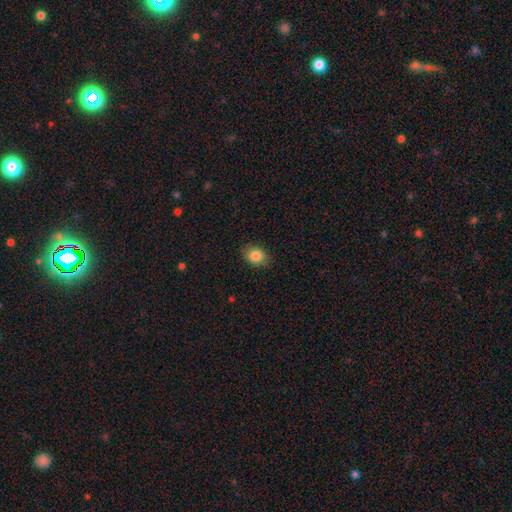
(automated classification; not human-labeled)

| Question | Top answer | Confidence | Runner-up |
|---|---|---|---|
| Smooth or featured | smooth | 85% | star or artifact (9%) |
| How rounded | in between | 65% | round (34%) |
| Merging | none | 85% | minor disturbance (12%) |